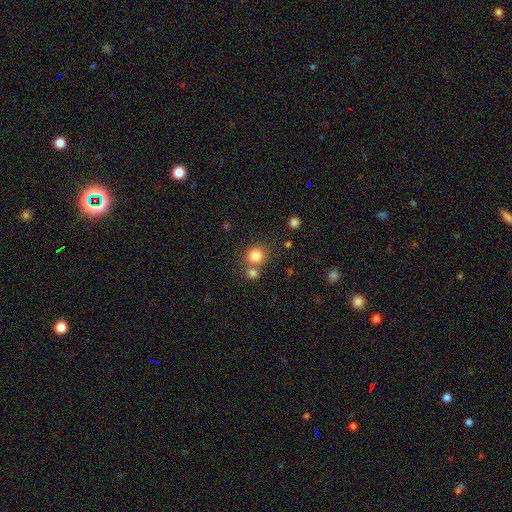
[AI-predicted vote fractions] smooth-or-featured: smooth: 81% | star or artifact: 12% | featured or disk: 7%
  how-rounded: round: 86% | in between: 13% | cigar-shaped: 1%
  merging: none: 61% | merger: 28% | minor disturbance: 8% | major disturbance: 3%